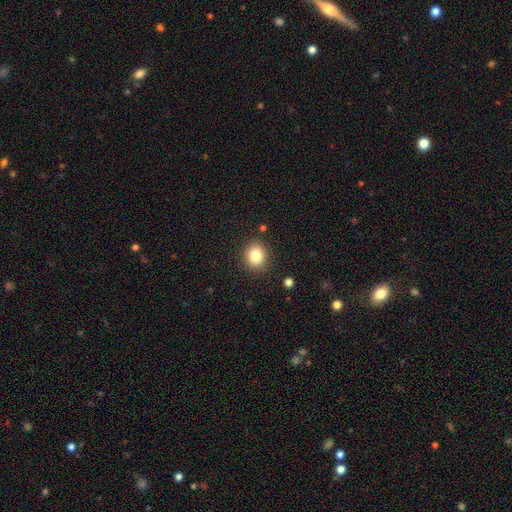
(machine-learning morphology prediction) Smooth or featured: smooth — 84% (star or artifact — 10%)
How rounded: round — 72% (in between — 28%)
Merging: none — 88% (minor disturbance — 8%)